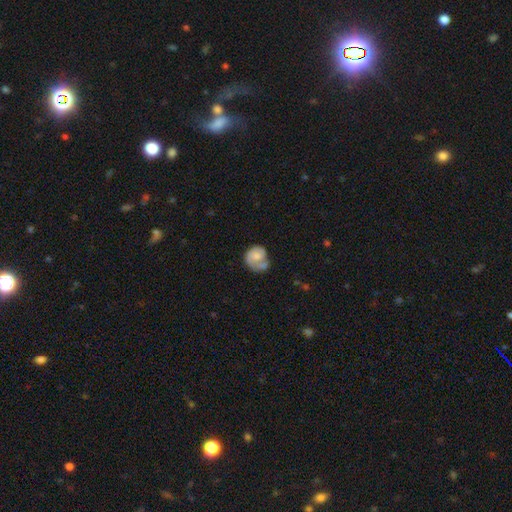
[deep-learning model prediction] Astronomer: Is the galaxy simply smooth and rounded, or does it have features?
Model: smooth — 52% (runner-up: featured or disk, 41%).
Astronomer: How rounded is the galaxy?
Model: round — 73%.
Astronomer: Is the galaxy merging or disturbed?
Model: none — 41% (runner-up: minor disturbance, 24%).